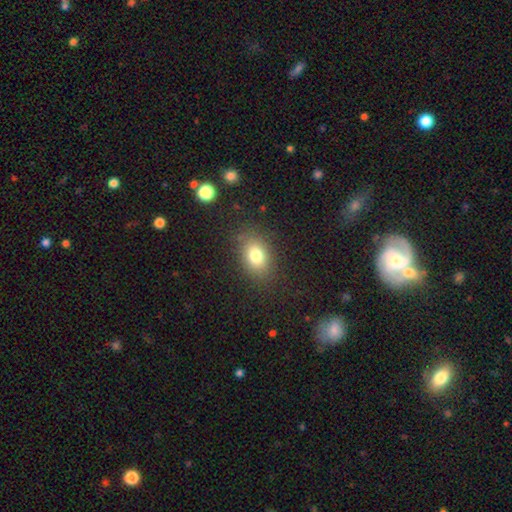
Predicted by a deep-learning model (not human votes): Smooth or featured: smooth — 77% (star or artifact — 12%)
How rounded: in between — 73% (round — 26%)
Merging: none — 82% (minor disturbance — 12%)